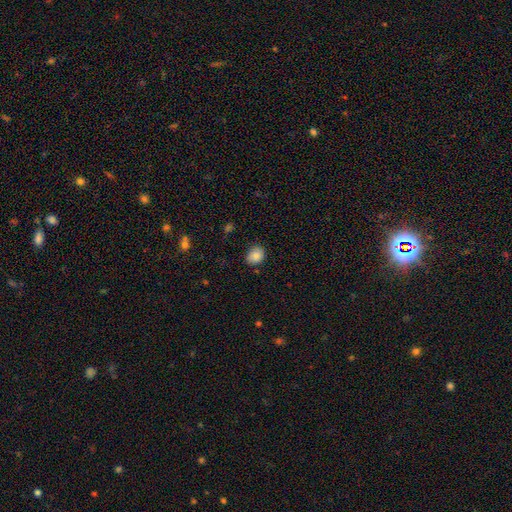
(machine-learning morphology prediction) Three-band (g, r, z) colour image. It shows a smooth galaxy with no disk features (84%) that is round (51%). Merging: none (79%).